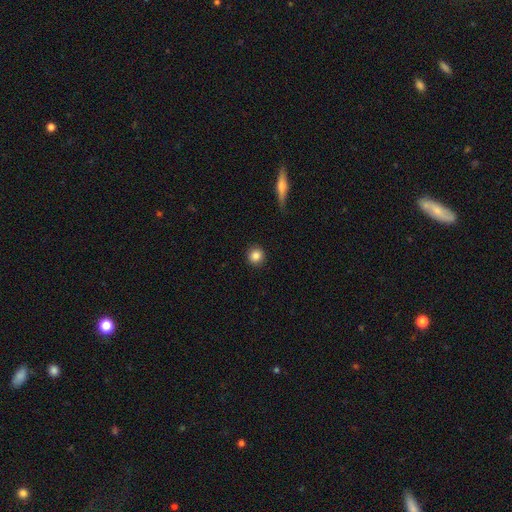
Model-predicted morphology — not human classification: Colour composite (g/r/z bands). It shows a smooth galaxy with no disk features (85%) that is round (92%). Merging: none (90%).